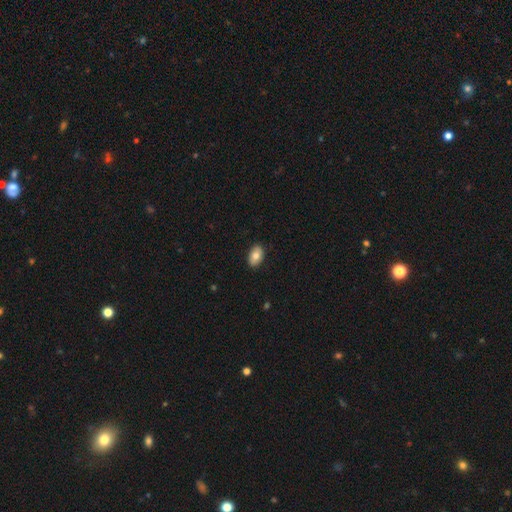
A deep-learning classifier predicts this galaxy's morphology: This appears to be a smooth galaxy with no disk features (77%) that is in between round and cigar-shaped (92%). Merging: none (89%).